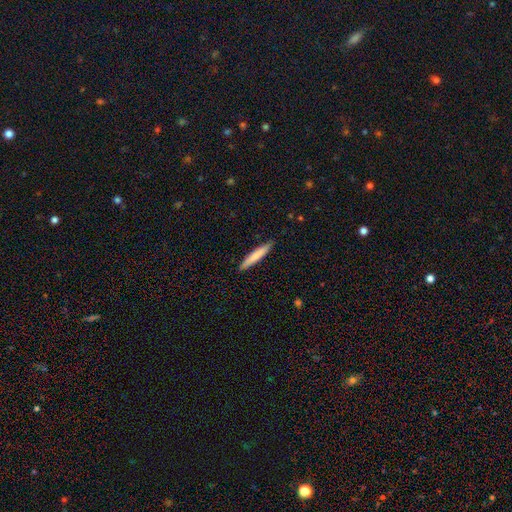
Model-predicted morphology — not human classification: Smooth or featured? Predicted: smooth (p=0.76). How rounded? Predicted: cigar-shaped (p=0.93). Merging? Predicted: none (p=0.88).